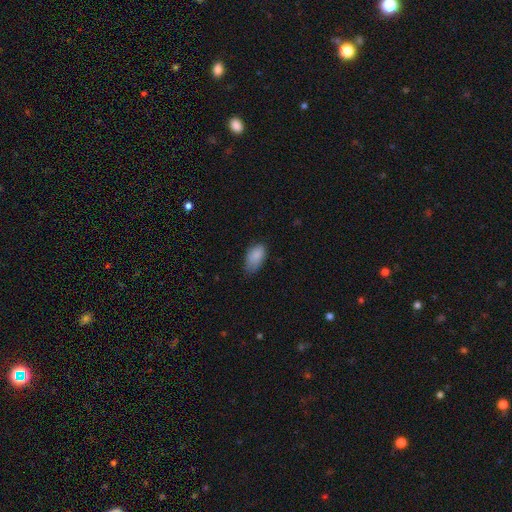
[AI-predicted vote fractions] Smooth or featured?
  - smooth: 87% *
  - star or artifact: 7%
  - featured or disk: 6%
How rounded?
  - in between: 93% *
  - round: 4%
  - cigar-shaped: 3%
Merging?
  - none: 56% *
  - minor disturbance: 36%
  - major disturbance: 7%
  - merger: 1%